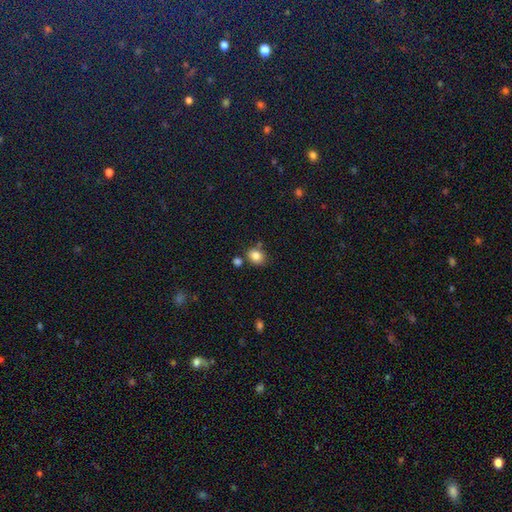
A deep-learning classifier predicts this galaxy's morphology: smooth_or_featured: smooth (p=0.82) [alt: star or artifact p=0.11]
how_rounded: round (p=0.56) [alt: in between p=0.43]
merging: none (p=0.69) [alt: minor disturbance p=0.15]